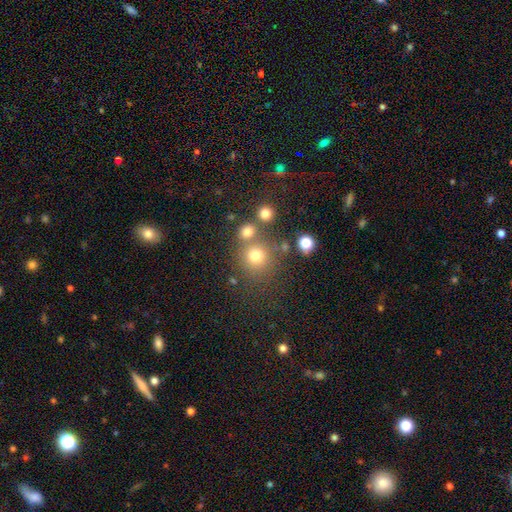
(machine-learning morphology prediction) smooth-or-featured: smooth: 74% | star or artifact: 18% | featured or disk: 8%
  how-rounded: round: 90% | in between: 9% | cigar-shaped: 1%
  merging: none: 68% | merger: 18% | minor disturbance: 9% | major disturbance: 4%